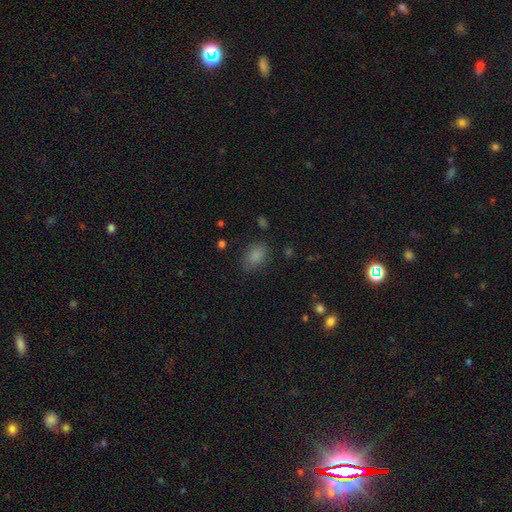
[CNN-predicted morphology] This is clearly a smooth galaxy (84%). How rounded: likely in between (75%). Merging: likely none (79%).